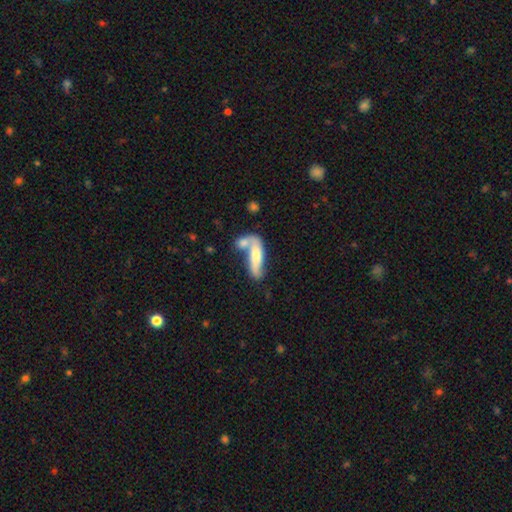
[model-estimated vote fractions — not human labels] Q: Smooth or featured?
A: smooth (56%); runner-up: featured or disk (38%)
Q: How rounded?
A: in between (50%); runner-up: cigar-shaped (46%)
Q: Merging?
A: merger (53%); runner-up: none (25%)